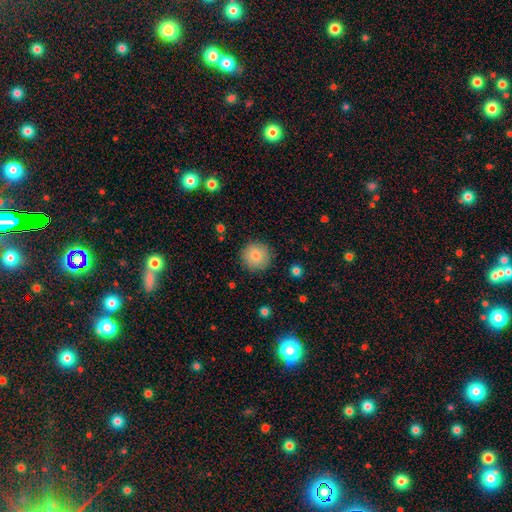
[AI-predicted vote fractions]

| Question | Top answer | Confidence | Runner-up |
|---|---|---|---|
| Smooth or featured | smooth | 82% | featured or disk (9%) |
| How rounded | round | 95% | in between (4%) |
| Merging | none | 89% | minor disturbance (8%) |